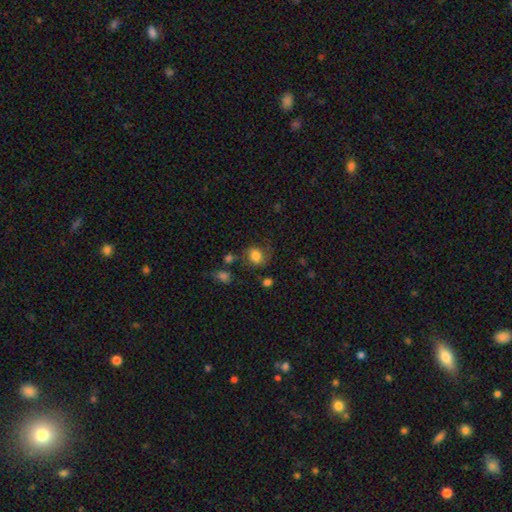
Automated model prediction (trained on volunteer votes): smooth 78%, featured or disk 13%, star or artifact 10%. Down the decision tree: how rounded — round (56%); merging — none (56%).